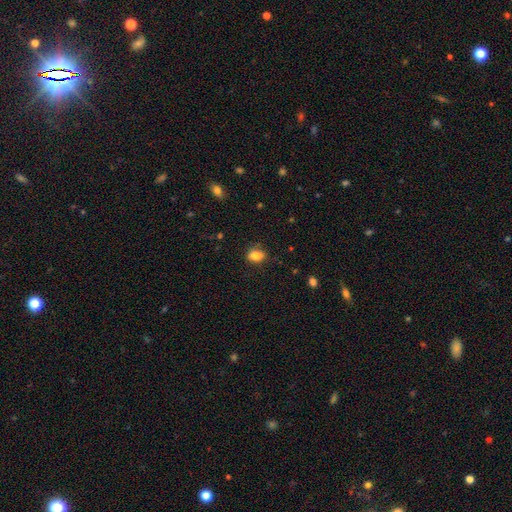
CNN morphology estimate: smooth-or-featured: smooth: 83% | star or artifact: 10% | featured or disk: 7%
  how-rounded: in between: 69% | round: 29% | cigar-shaped: 2%
  merging: none: 72% | minor disturbance: 21% | major disturbance: 5% | merger: 2%